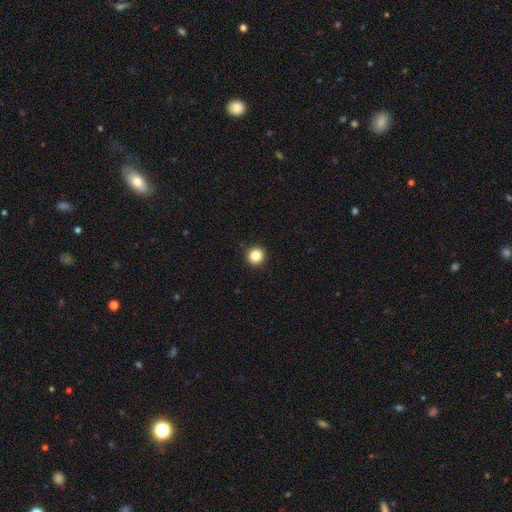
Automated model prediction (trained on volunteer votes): Morphology: type=smooth (87%); roundness=round (94%); merging=none (93%).